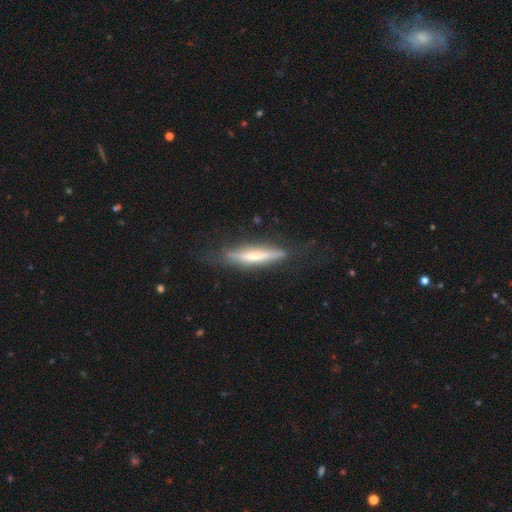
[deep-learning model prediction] A featured or disk galaxy (55%) viewed edge-on (88%).

Vote fractions:
- Smooth or featured? featured or disk: 55% / smooth: 39% / star or artifact: 6%
- Edge-on disk? yes: 88% / no: 12%
- Merging? none: 69% / minor disturbance: 21% / major disturbance: 8% / merger: 2%